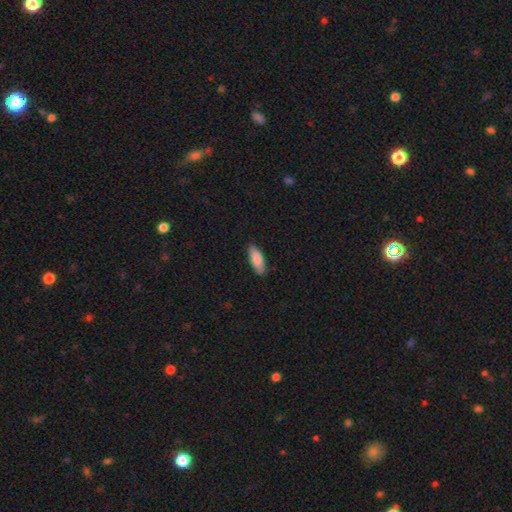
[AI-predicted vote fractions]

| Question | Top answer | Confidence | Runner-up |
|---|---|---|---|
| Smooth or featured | smooth | 86% | featured or disk (9%) |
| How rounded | in between | 69% | cigar-shaped (29%) |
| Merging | none | 87% | minor disturbance (10%) |